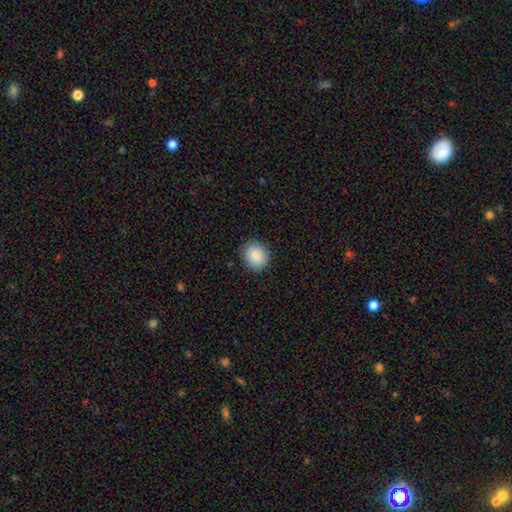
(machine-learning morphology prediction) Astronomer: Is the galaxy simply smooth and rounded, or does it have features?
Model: smooth — 88%.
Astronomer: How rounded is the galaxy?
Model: round — 79%.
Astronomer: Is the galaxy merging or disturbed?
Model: none — 90%.